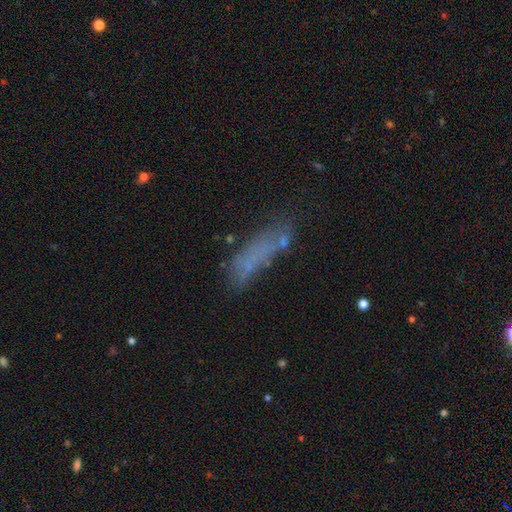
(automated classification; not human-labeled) A smooth galaxy with no disk features (53%) that is cigar-shaped (61%).

Vote fractions:
- Smooth or featured? smooth: 53% / featured or disk: 28% / star or artifact: 18%
- How rounded? cigar-shaped: 61% / in between: 36% / round: 3%
- Merging? none: 51% / minor disturbance: 22% / major disturbance: 17% / merger: 10%